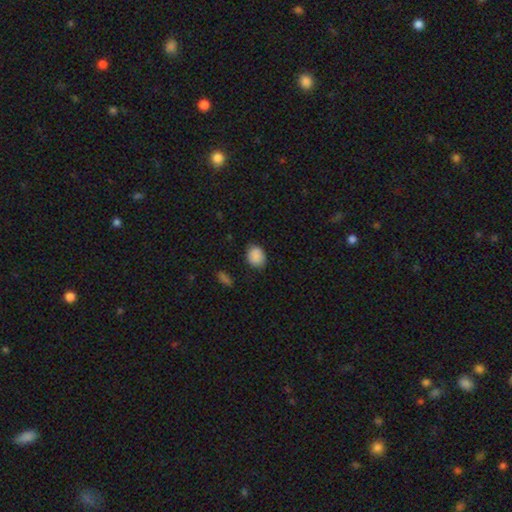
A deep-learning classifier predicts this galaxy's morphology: Q: Smooth or featured?
A: smooth (88%); runner-up: star or artifact (8%)
Q: How rounded?
A: in between (51%); runner-up: round (48%)
Q: Merging?
A: none (80%); runner-up: minor disturbance (15%)